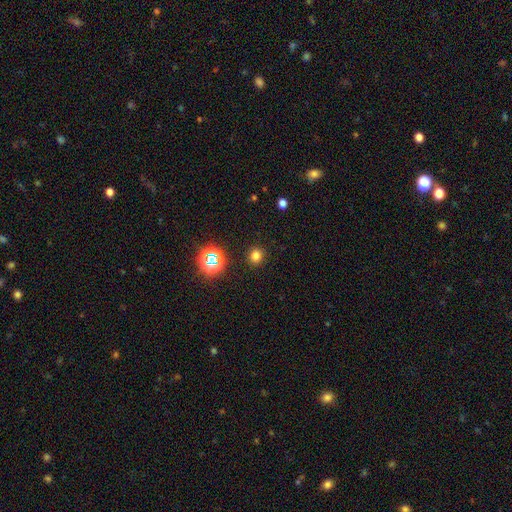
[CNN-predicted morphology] Smooth or featured: smooth — 74% (star or artifact — 21%)
How rounded: round — 85% (in between — 14%)
Merging: none — 90% (minor disturbance — 6%)